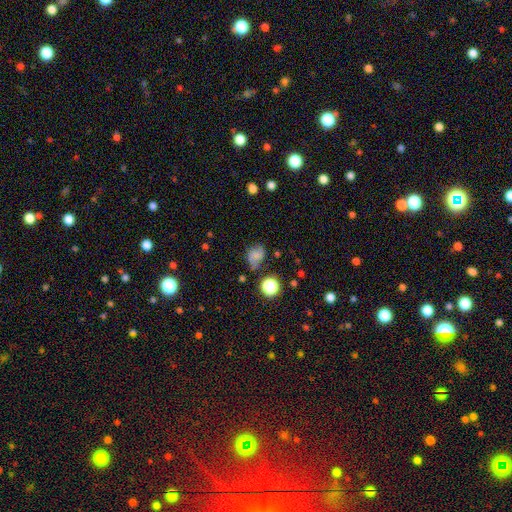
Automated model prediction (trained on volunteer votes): A smooth galaxy with no disk features (57%) that is in between round and cigar-shaped (51%).

Vote fractions:
- Smooth or featured? smooth: 57% / featured or disk: 26% / star or artifact: 17%
- How rounded? in between: 51% / round: 48% / cigar-shaped: 1%
- Merging? none: 55% / minor disturbance: 28% / major disturbance: 12% / merger: 5%